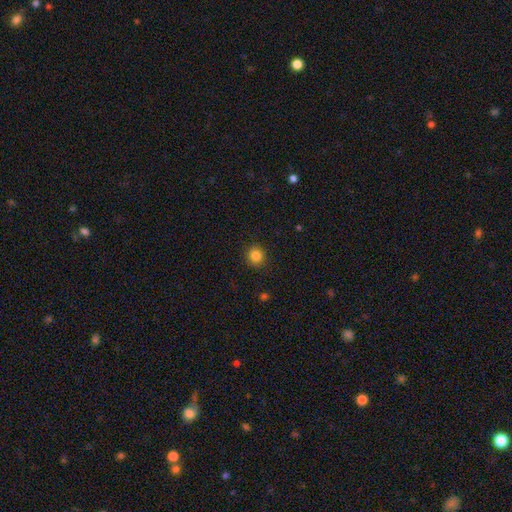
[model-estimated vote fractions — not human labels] Overall: smooth (83%). How rounded: round (92%). Merging: none (91%).